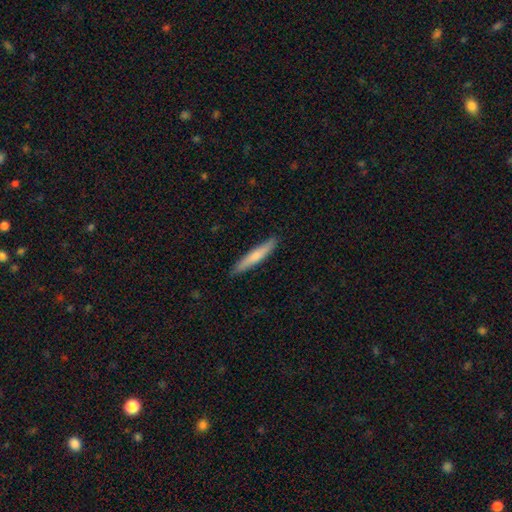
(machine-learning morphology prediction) Overall: smooth (67%). How rounded: cigar-shaped (93%). Merging: none (88%).